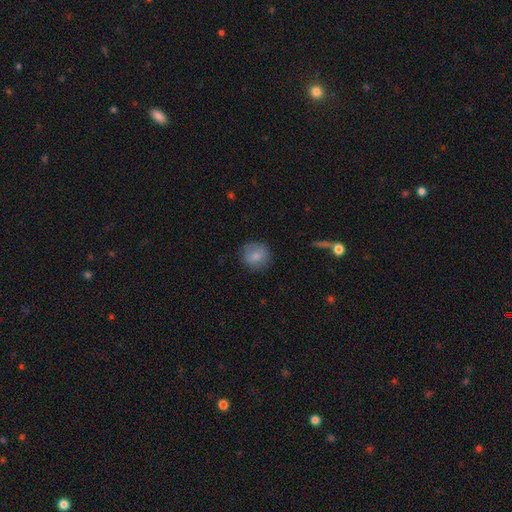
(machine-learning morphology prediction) smooth 81%, featured or disk 10%, star or artifact 8%. Down the decision tree: how rounded — round (88%); merging — none (82%).